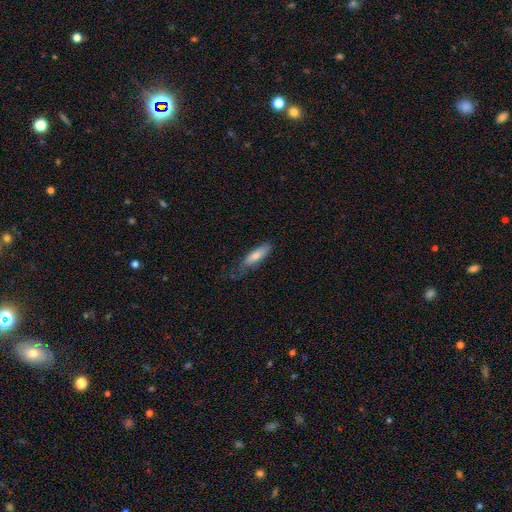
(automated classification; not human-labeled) The model was most divided on "how rounded": cigar-shaped: 56%, in between: 43%, round: 2%. More confident: smooth or featured — smooth (76%); merging — none (56%).